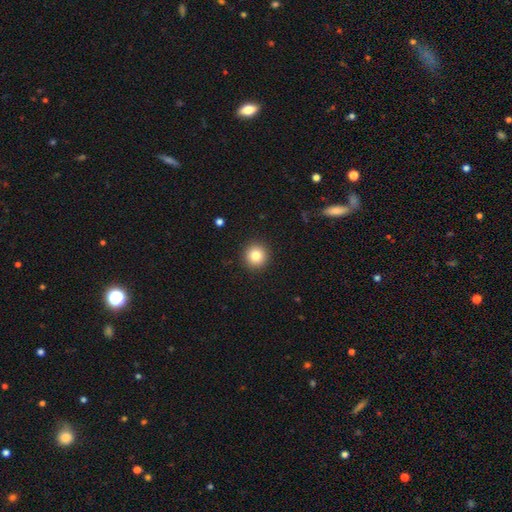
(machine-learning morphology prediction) This appears to be a smooth galaxy with no disk features (83%) that is round (95%). Merging: none (93%).